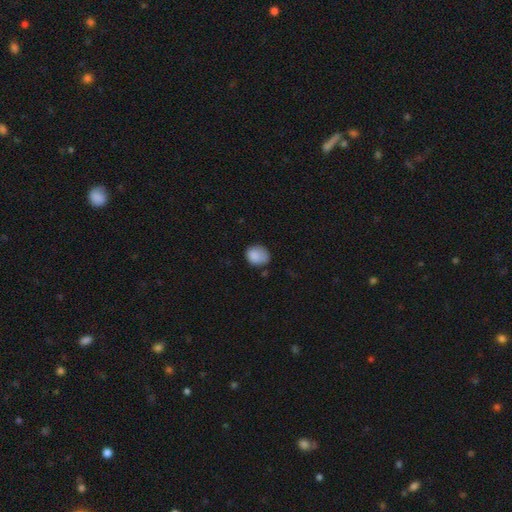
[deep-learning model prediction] This is clearly a smooth galaxy (85%). How rounded: possibly round (55%). Merging: likely none (61%).